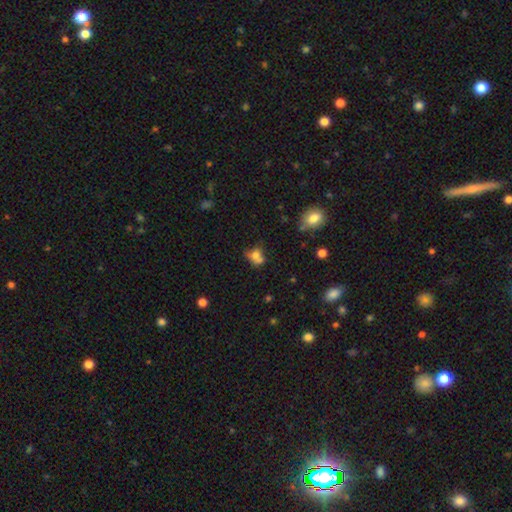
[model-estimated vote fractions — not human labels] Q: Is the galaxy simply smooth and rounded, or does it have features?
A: smooth — 68%.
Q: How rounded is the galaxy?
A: round — 54%.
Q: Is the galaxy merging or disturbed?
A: none — 36%.